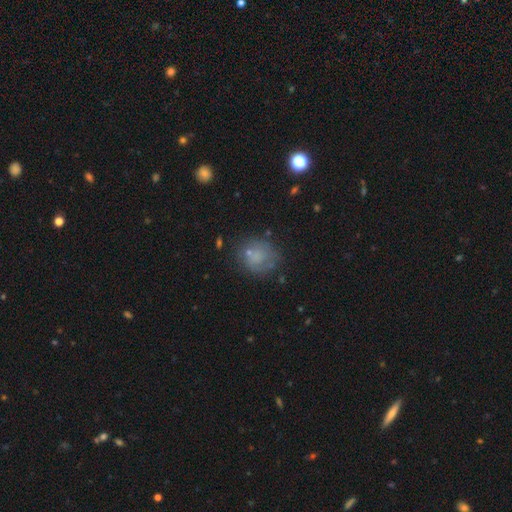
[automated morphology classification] Smooth or featured? smooth (65%)
How rounded? round (79%)
Merging? none (62%)